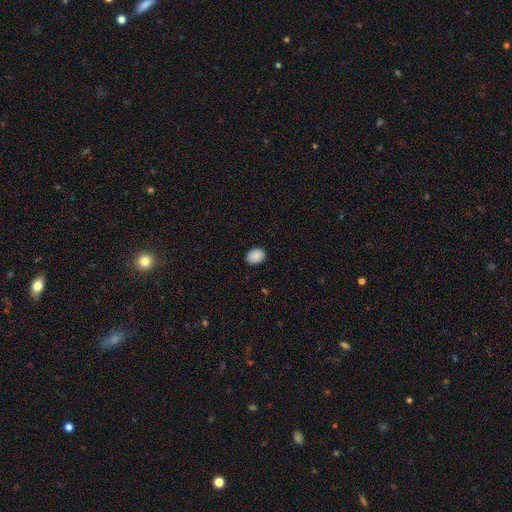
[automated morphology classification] type=smooth (89%); roundness=in between (66%); merging=none (87%).